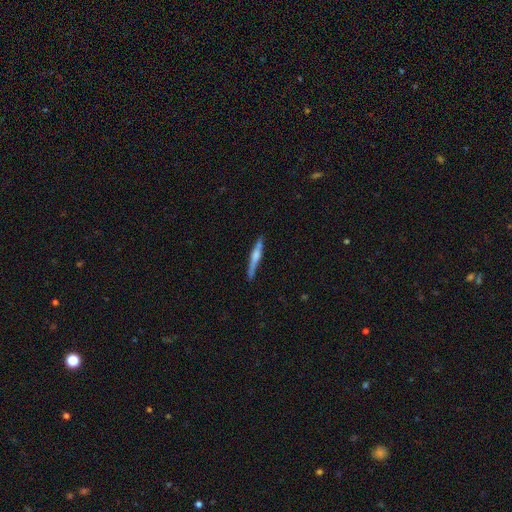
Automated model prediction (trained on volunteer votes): Smooth or featured?
  - featured or disk: 55% *
  - smooth: 39%
  - star or artifact: 6%
Edge-on disk?
  - yes: 96% *
  - no: 4%
Edge-on bulge?
  - rounded: 54% *
  - boxy: 29%
  - none: 17%
Merging?
  - none: 82% *
  - minor disturbance: 13%
  - major disturbance: 3%
  - merger: 2%